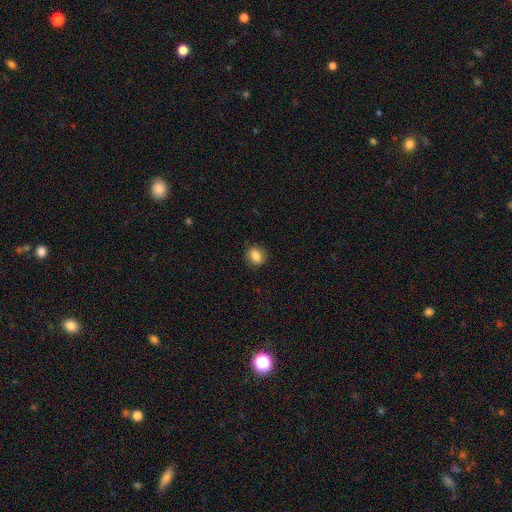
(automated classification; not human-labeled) Morphology: type=smooth (84%); roundness=in between (60%); merging=none (84%).